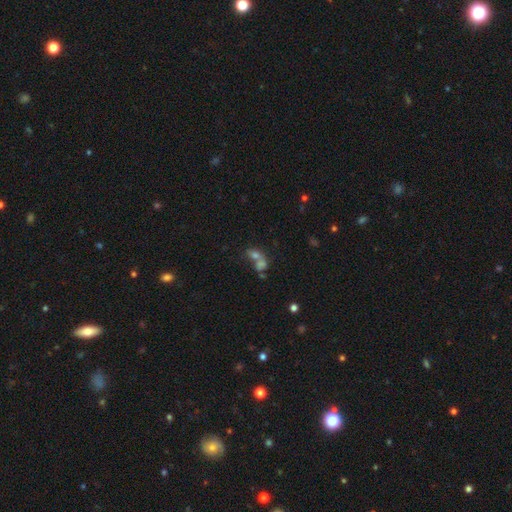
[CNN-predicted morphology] This is marginally a smooth galaxy (42%). Merging: possibly none (47%).